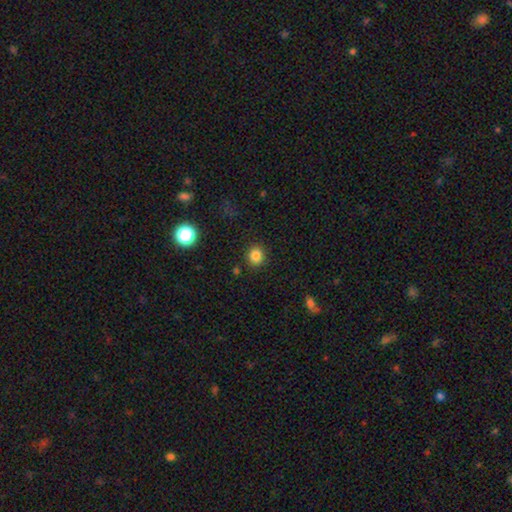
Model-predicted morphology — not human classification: smooth_or_featured: smooth (p=0.84) [alt: star or artifact p=0.12]
how_rounded: round (p=0.79) [alt: in between p=0.20]
merging: none (p=0.88) [alt: minor disturbance p=0.07]